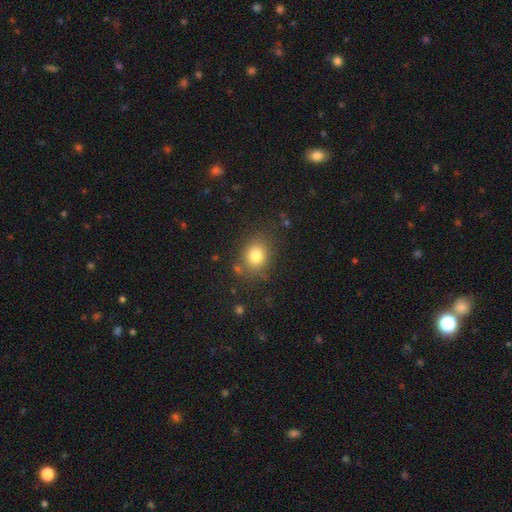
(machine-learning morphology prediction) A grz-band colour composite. It shows a smooth galaxy with no disk features (81%) that is round (63%). Merging: none (79%).